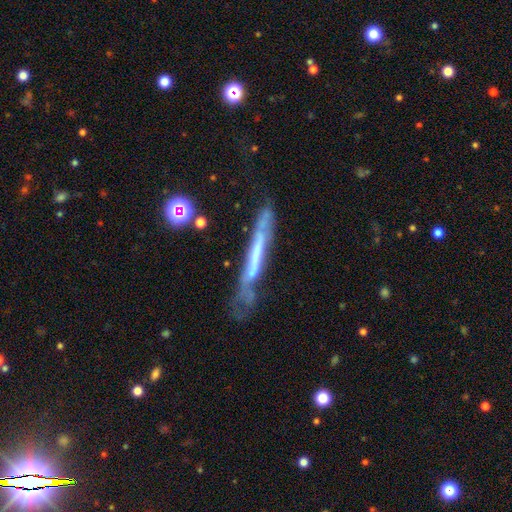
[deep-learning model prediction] smooth_or_featured: featured or disk (p=0.59) [alt: smooth p=0.32]
disk_edge_on: yes (p=0.79) [alt: no p=0.21]
merging: none (p=0.53) [alt: minor disturbance p=0.28]